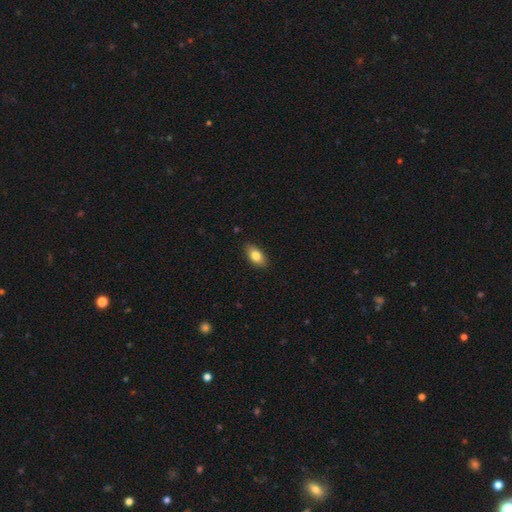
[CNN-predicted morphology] smooth_or_featured: smooth (p=0.82) [alt: featured or disk p=0.11]
how_rounded: in between (p=0.90) [alt: cigar-shaped p=0.05]
merging: none (p=0.88) [alt: minor disturbance p=0.09]